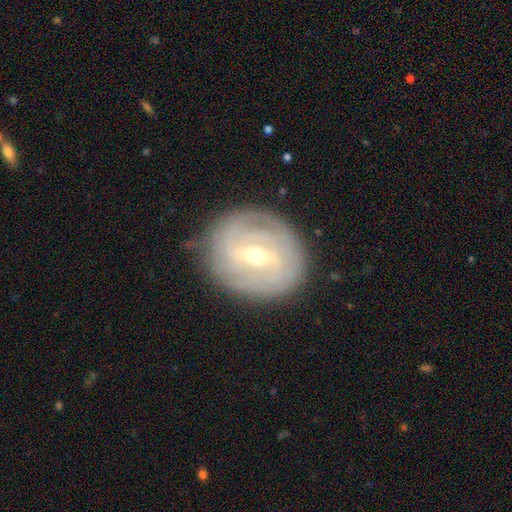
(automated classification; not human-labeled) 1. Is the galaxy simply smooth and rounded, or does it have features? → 80% featured or disk, 14% smooth, 6% star or artifact.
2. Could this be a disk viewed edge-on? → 95% no, 5% yes.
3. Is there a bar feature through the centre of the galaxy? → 46% weak, 39% strong, 15% no.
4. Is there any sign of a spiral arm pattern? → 81% yes, 19% no.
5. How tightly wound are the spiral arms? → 67% tight, 24% medium, 9% loose.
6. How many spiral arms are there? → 41% can't tell, 32% 2, 12% 3, 7% 4, 4% more than 4, 4% 1.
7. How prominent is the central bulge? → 51% small, 46% moderate, 1% large, 1% none, 1% dominant.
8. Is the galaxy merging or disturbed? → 82% none, 13% minor disturbance, 4% major disturbance, 1% merger.